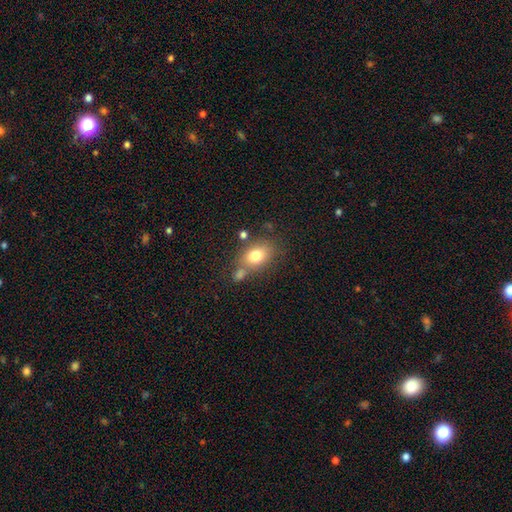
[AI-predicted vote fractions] smooth_or_featured: smooth (p=0.77) [alt: featured or disk p=0.14]
how_rounded: in between (p=0.74) [alt: round p=0.24]
merging: none (p=0.60) [alt: merger p=0.19]